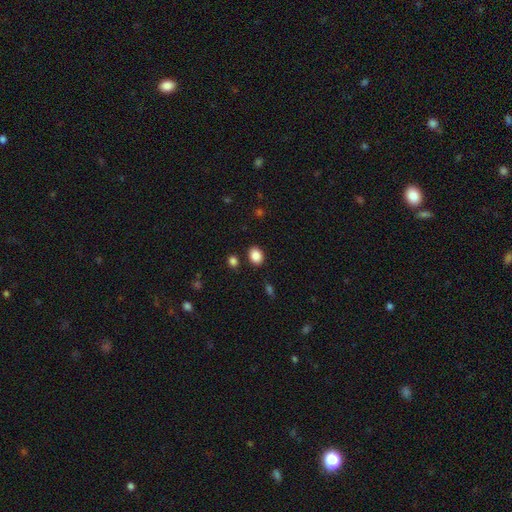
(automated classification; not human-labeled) A smooth galaxy with no disk features (88%) that is in between round and cigar-shaped (61%). Merging: none (86%).